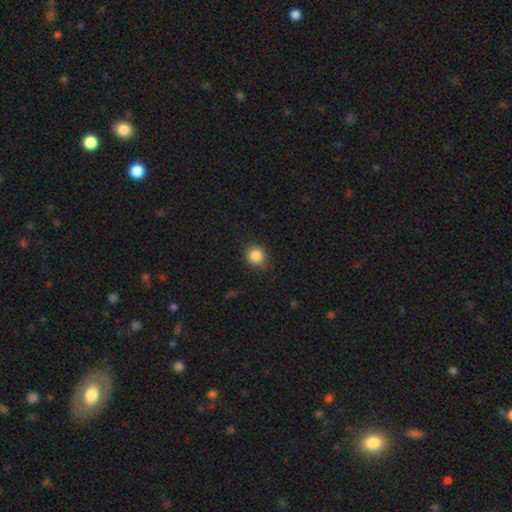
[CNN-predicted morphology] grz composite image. It shows a smooth galaxy with no disk features (86%) that is round (88%). Merging: none (85%).